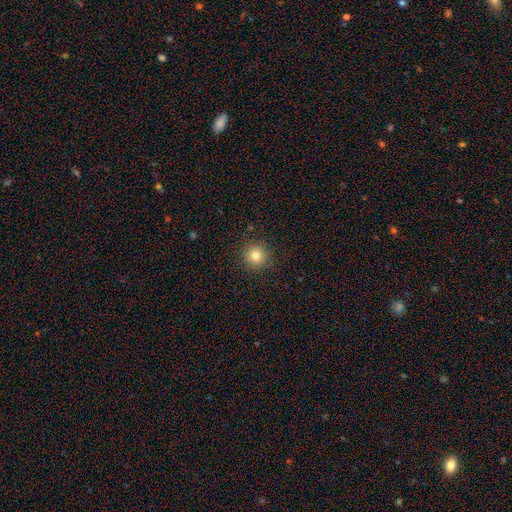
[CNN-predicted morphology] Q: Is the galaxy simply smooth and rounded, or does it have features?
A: smooth — 80%.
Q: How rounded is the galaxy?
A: round — 95%.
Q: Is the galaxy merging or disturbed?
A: none — 91%.